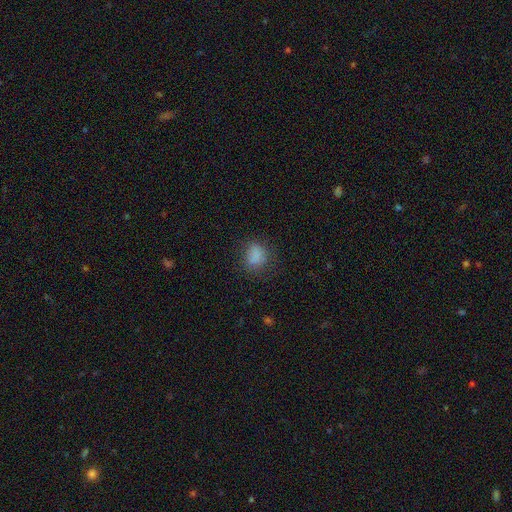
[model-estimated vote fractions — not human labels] The model was most divided on "how rounded": in between: 57%, round: 41%, cigar-shaped: 2%. More confident: smooth or featured — smooth (79%); merging — none (67%).